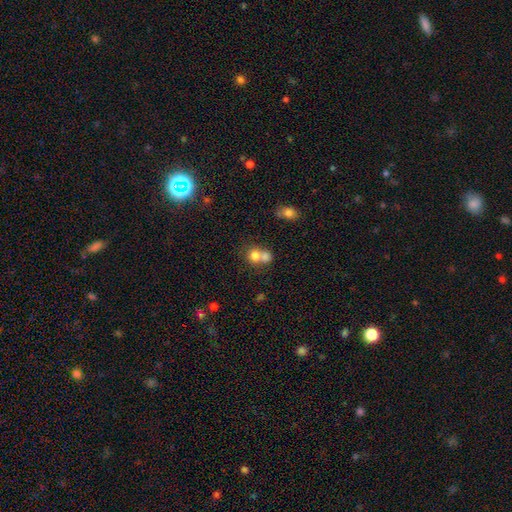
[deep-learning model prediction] Overall: smooth (76%). How rounded: round (78%). Merging: merger (58%; none 32%).